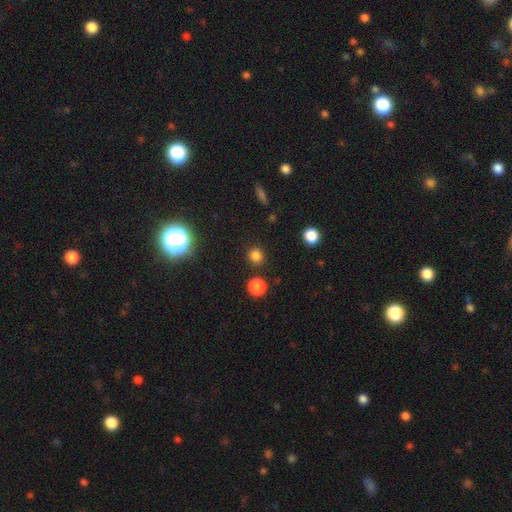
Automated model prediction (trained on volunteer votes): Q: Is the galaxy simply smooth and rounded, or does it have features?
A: smooth — 79%.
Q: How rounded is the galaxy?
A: round — 90%.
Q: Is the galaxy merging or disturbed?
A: none — 88%.